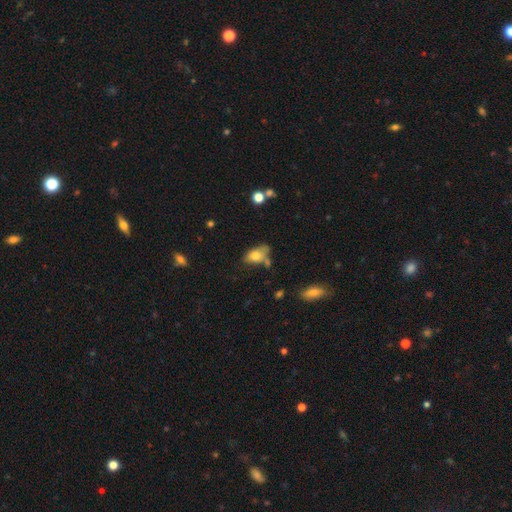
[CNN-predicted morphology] smooth-or-featured: smooth: 76% | featured or disk: 15% | star or artifact: 9%
  how-rounded: in between: 88% | round: 8% | cigar-shaped: 4%
  merging: none: 44% | minor disturbance: 28% | merger: 18% | major disturbance: 11%